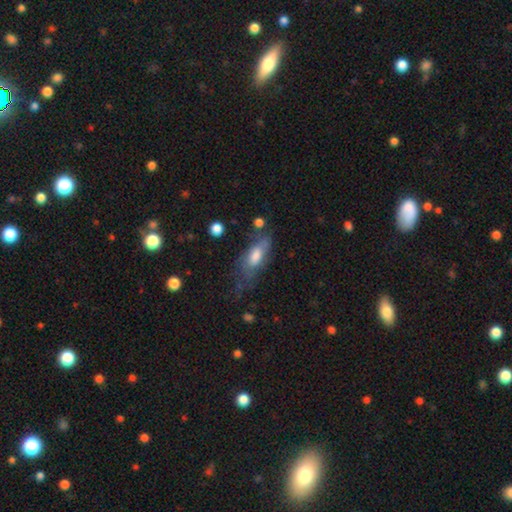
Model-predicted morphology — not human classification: type=smooth (60%); roundness=in between (72%); merging=none (47%).